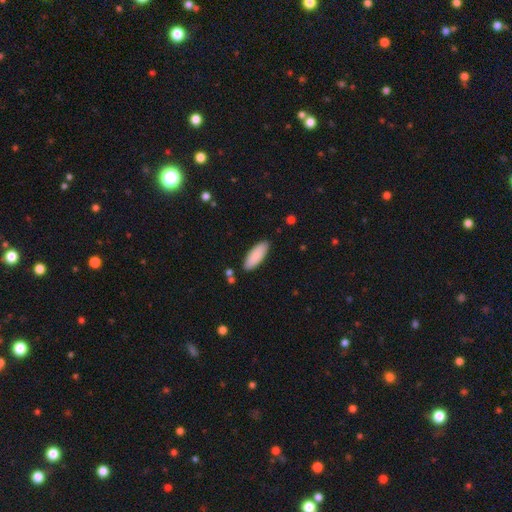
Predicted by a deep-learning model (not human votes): smooth_or_featured: smooth (p=0.88) [alt: featured or disk p=0.06]
how_rounded: in between (p=0.65) [alt: cigar-shaped p=0.33]
merging: none (p=0.87) [alt: minor disturbance p=0.09]